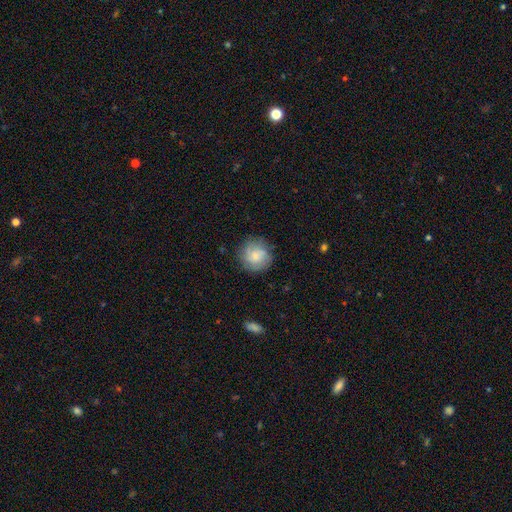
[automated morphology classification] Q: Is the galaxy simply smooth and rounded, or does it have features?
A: smooth — 56%.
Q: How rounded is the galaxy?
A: round — 92%.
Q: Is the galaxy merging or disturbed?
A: none — 81%.